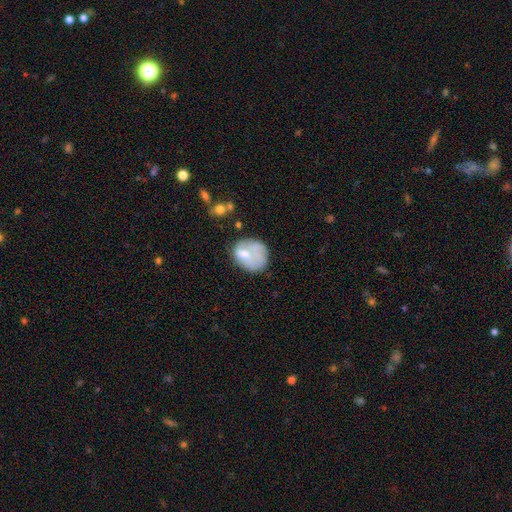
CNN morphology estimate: A smooth galaxy with no disk features (60%) that is round (56%).

Vote fractions:
- Smooth or featured? smooth: 60% / featured or disk: 31% / star or artifact: 9%
- How rounded? round: 56% / in between: 43% / cigar-shaped: 1%
- Merging? none: 45% / minor disturbance: 28% / major disturbance: 20% / merger: 7%